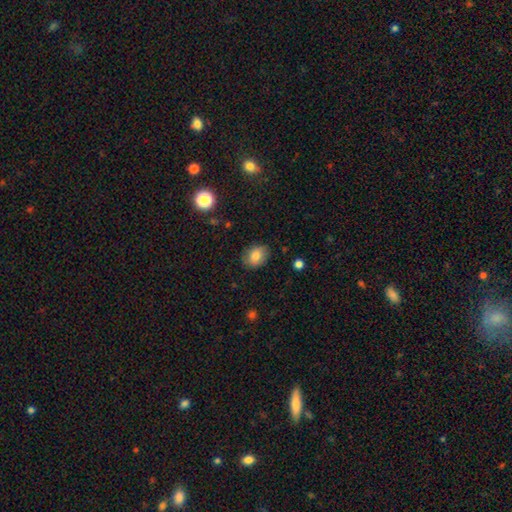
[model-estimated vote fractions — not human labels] Q: Smooth or featured?
A: smooth (81%); runner-up: featured or disk (10%)
Q: How rounded?
A: in between (62%); runner-up: round (37%)
Q: Merging?
A: none (84%); runner-up: minor disturbance (12%)